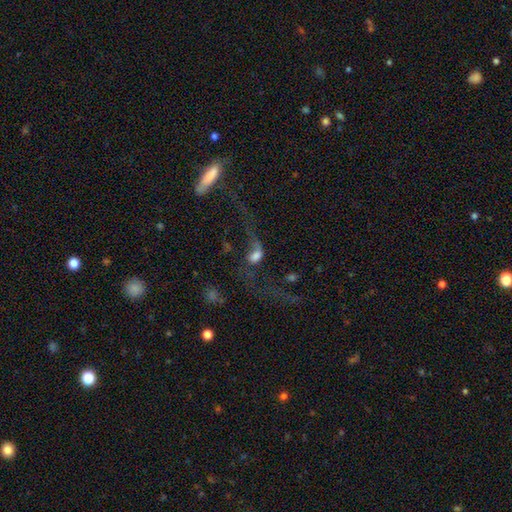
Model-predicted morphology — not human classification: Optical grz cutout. It shows a featured or disk galaxy (47%). Merging: major disturbance (47%).